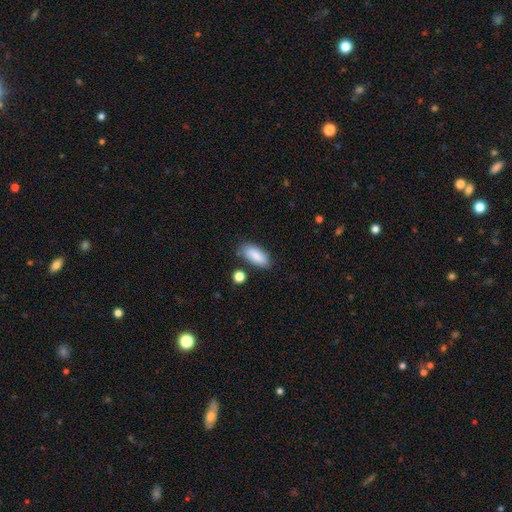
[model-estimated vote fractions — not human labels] A smooth galaxy with no disk features (84%) that is in between round and cigar-shaped (86%).

Vote fractions:
- Smooth or featured? smooth: 84% / featured or disk: 9% / star or artifact: 7%
- How rounded? in between: 86% / cigar-shaped: 12% / round: 2%
- Merging? none: 75% / minor disturbance: 17% / merger: 5% / major disturbance: 4%